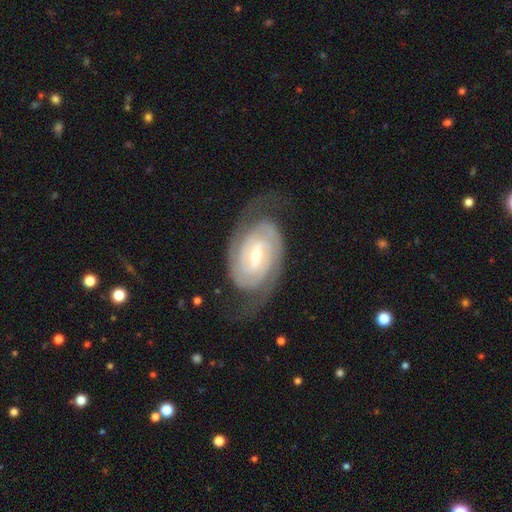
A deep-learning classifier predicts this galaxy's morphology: A featured or disk galaxy (90%) with a weak bar (49%), 2 (86%) tight (70%) spiral arms (98%) and a small central bulge (50%).

Vote fractions:
- Smooth or featured? featured or disk: 90% / smooth: 5% / star or artifact: 5%
- Edge-on disk? no: 96% / yes: 4%
- Bar? weak: 49% / strong: 26% / no: 25%
- Spiral arms? yes: 98% / no: 2%
- Spiral winding? tight: 70% / medium: 26% / loose: 4%
- Spiral arm count? 2: 86% / can't tell: 5% / 3: 4% / 4: 2% / 1: 2% / more than 4: 1%
- Bulge size? small: 50% / moderate: 41% / large: 4% / none: 4% / dominant: 1%
- Merging? none: 76% / minor disturbance: 15% / major disturbance: 8% / merger: 1%